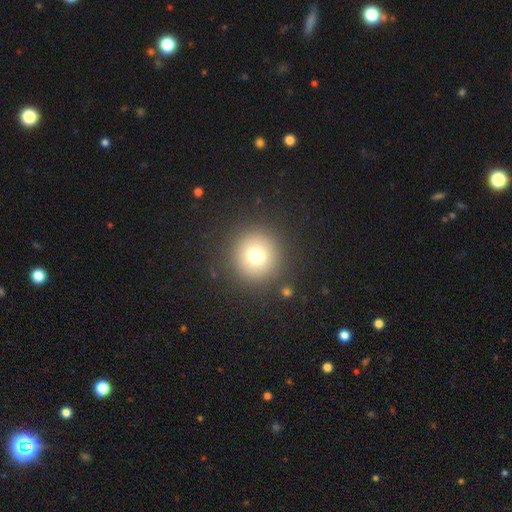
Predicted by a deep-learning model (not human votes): A smooth galaxy with no disk features (73%) that is round (95%).

Vote fractions:
- Smooth or featured? smooth: 73% / star or artifact: 16% / featured or disk: 11%
- How rounded? round: 95% / in between: 4% / cigar-shaped: 1%
- Merging? none: 88% / minor disturbance: 6% / major disturbance: 4% / merger: 2%